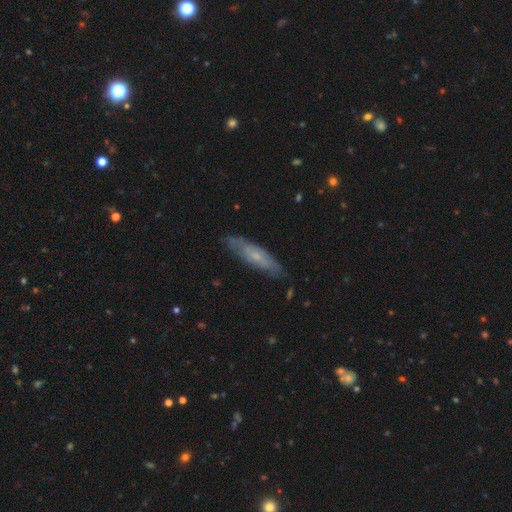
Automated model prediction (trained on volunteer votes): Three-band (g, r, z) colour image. It shows a featured or disk galaxy (49%). Merging: none (79%).